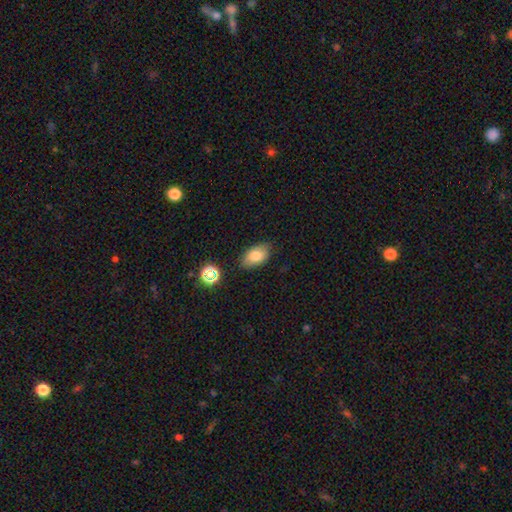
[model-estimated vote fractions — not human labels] This appears to be a smooth galaxy with no disk features (78%) that is in between round and cigar-shaped (90%). Merging: none (81%).